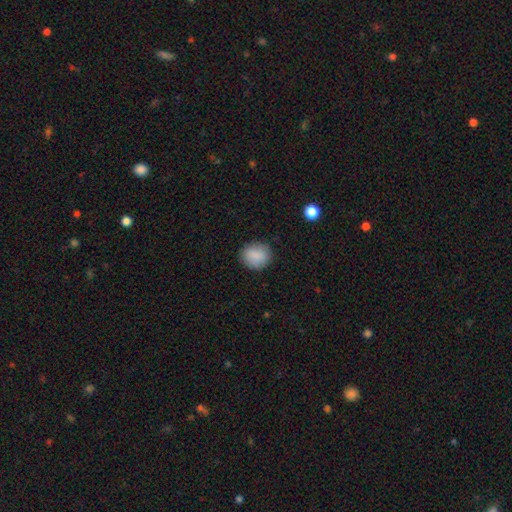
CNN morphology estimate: Smooth or featured? smooth (87%)
How rounded? round (72%)
Merging? none (85%)